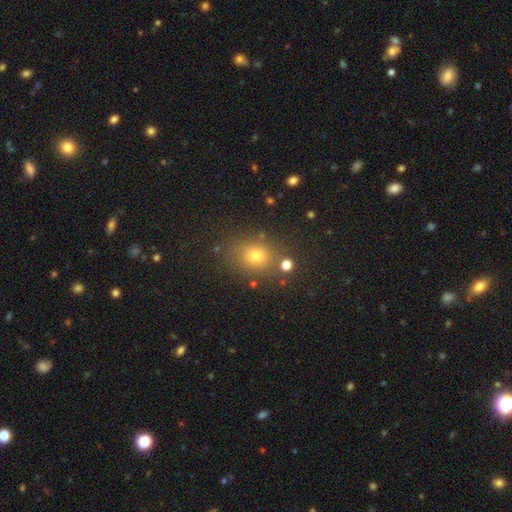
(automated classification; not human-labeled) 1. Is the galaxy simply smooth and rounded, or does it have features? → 72% smooth, 19% star or artifact, 9% featured or disk.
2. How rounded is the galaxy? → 56% round, 43% in between, 1% cigar-shaped.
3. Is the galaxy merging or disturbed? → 79% none, 11% minor disturbance, 6% merger, 4% major disturbance.